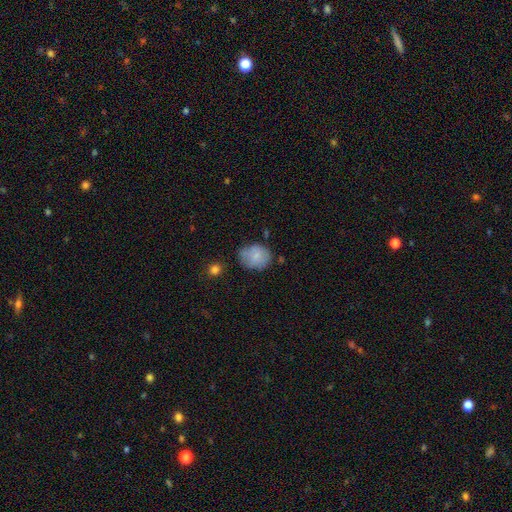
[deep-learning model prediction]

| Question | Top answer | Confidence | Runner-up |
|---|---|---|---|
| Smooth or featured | smooth | 79% | featured or disk (13%) |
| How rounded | round | 59% | in between (40%) |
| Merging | none | 59% | minor disturbance (28%) |